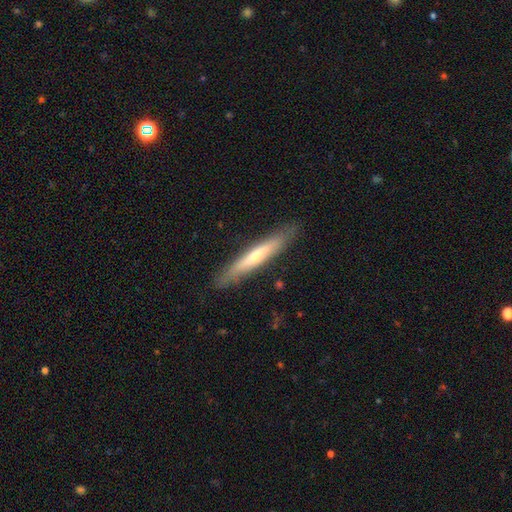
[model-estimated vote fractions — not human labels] A featured or disk galaxy (51%) viewed edge-on (89%).

Vote fractions:
- Smooth or featured? featured or disk: 51% / smooth: 43% / star or artifact: 6%
- Edge-on disk? yes: 89% / no: 11%
- Merging? none: 88% / minor disturbance: 9% / major disturbance: 2% / merger: 1%